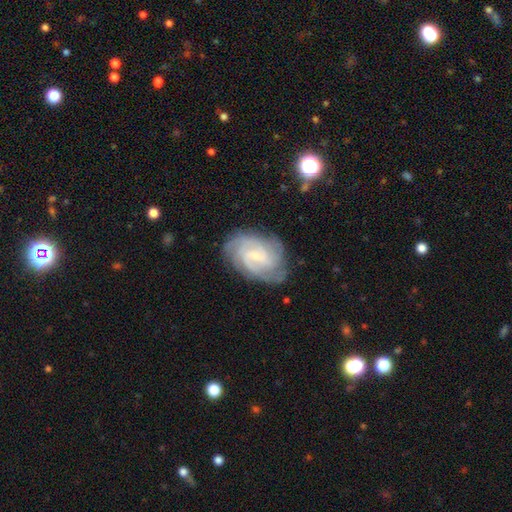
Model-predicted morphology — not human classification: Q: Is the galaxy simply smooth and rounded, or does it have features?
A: featured or disk — 84%.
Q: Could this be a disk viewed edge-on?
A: no — 97%.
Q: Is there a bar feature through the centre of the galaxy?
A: weak — 57%.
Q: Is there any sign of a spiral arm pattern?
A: yes — 96%.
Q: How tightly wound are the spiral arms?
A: tight — 57%.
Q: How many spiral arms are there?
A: can't tell — 30%.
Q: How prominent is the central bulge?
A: small — 71%.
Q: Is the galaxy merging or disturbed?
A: none — 75%.